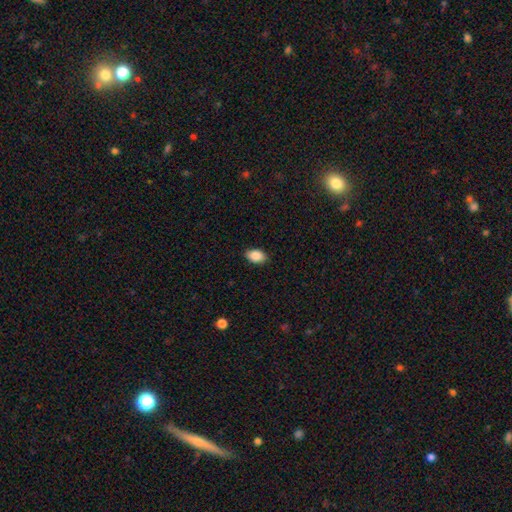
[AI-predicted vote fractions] smooth-or-featured: smooth: 89% | star or artifact: 7% | featured or disk: 4%
  how-rounded: in between: 89% | round: 10% | cigar-shaped: 1%
  merging: none: 88% | minor disturbance: 9% | major disturbance: 2% | merger: 1%